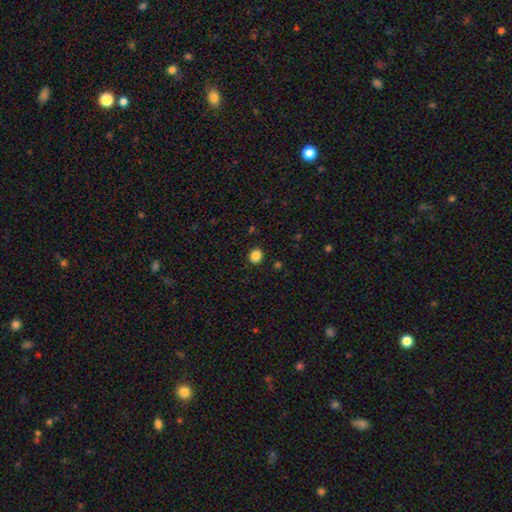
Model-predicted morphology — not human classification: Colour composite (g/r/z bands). It shows a smooth galaxy with no disk features (86%) that is round (82%). Merging: none (91%).